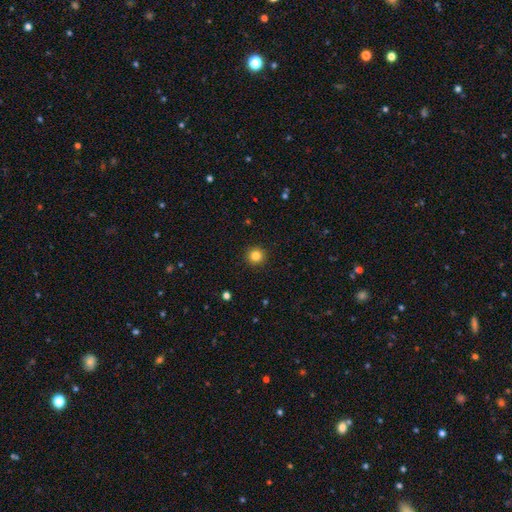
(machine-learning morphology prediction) Smooth or featured: smooth — 83% (star or artifact — 12%)
How rounded: round — 95% (in between — 4%)
Merging: none — 93% (minor disturbance — 5%)